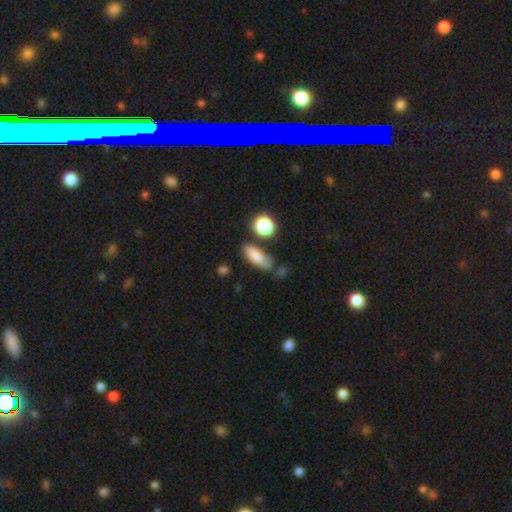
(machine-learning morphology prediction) smooth 82%, featured or disk 10%, star or artifact 9%. Down the decision tree: how rounded — in between (68%); merging — none (66%).